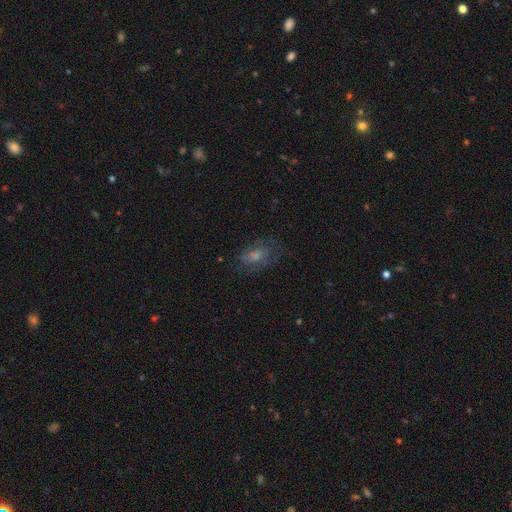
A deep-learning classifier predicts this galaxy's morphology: smooth 48%, featured or disk 39%, star or artifact 12%. Down the decision tree: merging — none (60%).